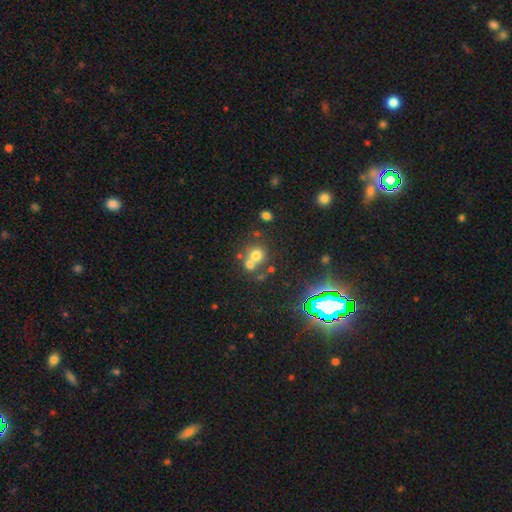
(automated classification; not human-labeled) smooth-or-featured: smooth: 65% | star or artifact: 18% | featured or disk: 17%
  how-rounded: round: 83% | in between: 16% | cigar-shaped: 1%
  merging: none: 45% | merger: 42% | minor disturbance: 8% | major disturbance: 4%